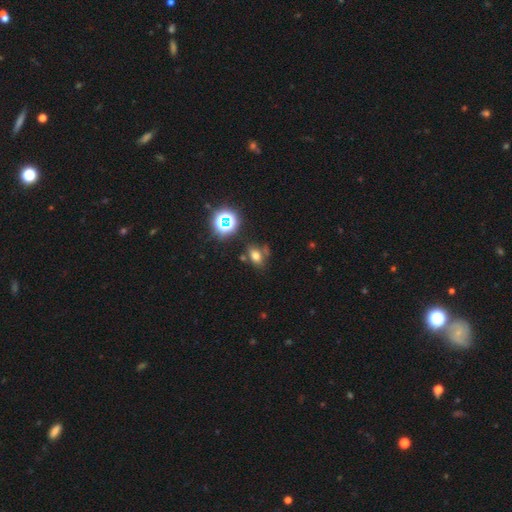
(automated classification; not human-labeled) A smooth galaxy with no disk features (62%) that is in between round and cigar-shaped (74%).

Vote fractions:
- Smooth or featured? smooth: 62% / star or artifact: 25% / featured or disk: 13%
- How rounded? in between: 74% / round: 23% / cigar-shaped: 3%
- Merging? none: 65% / minor disturbance: 17% / merger: 11% / major disturbance: 6%